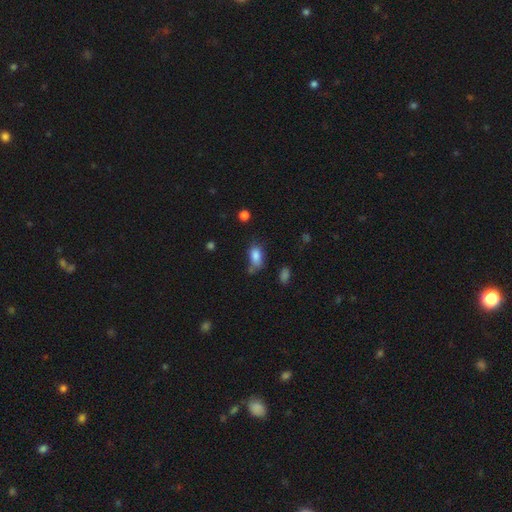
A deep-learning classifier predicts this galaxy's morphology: Q: Smooth or featured?
A: smooth (82%); runner-up: star or artifact (10%)
Q: How rounded?
A: in between (88%); runner-up: round (8%)
Q: Merging?
A: none (50%); runner-up: minor disturbance (29%)